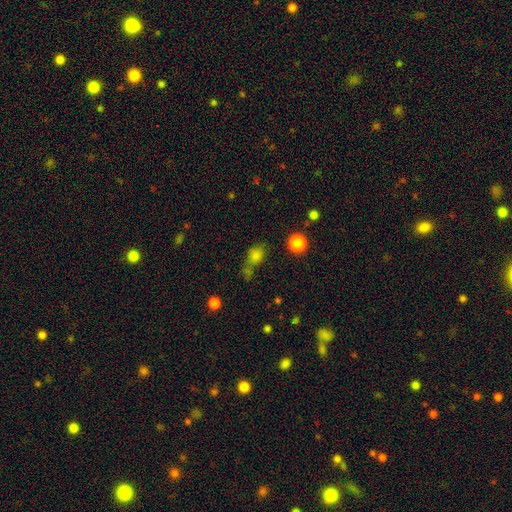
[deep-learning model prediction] Smooth or featured? Predicted: smooth (p=0.73). How rounded? Predicted: round (p=0.54). Merging? Predicted: none (p=0.51).